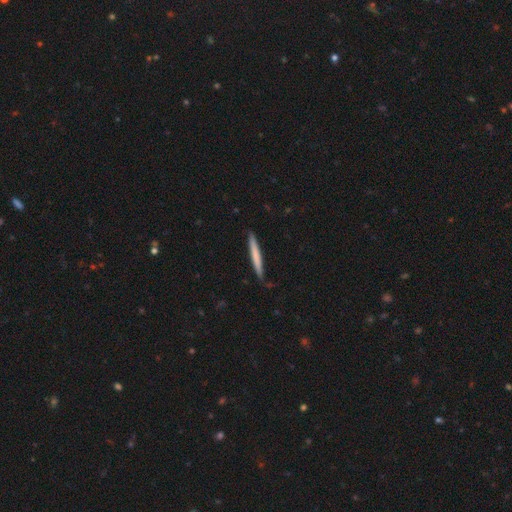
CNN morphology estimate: This appears to be a smooth galaxy with no disk features (68%) that is cigar-shaped (97%). Merging: none (87%).